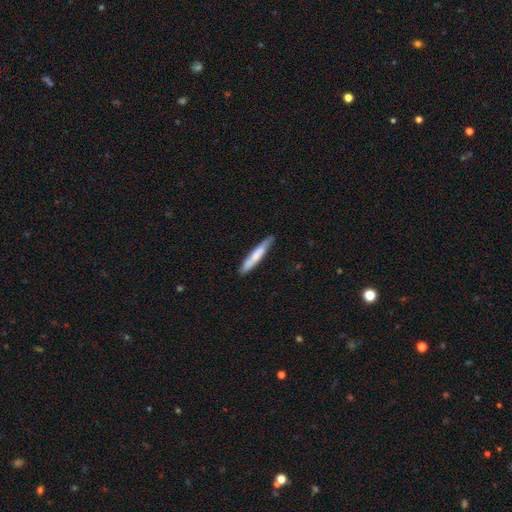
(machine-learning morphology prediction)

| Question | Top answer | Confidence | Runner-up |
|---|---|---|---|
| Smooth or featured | smooth | 67% | featured or disk (27%) |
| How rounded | cigar-shaped | 93% | in between (6%) |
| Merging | none | 81% | minor disturbance (15%) |